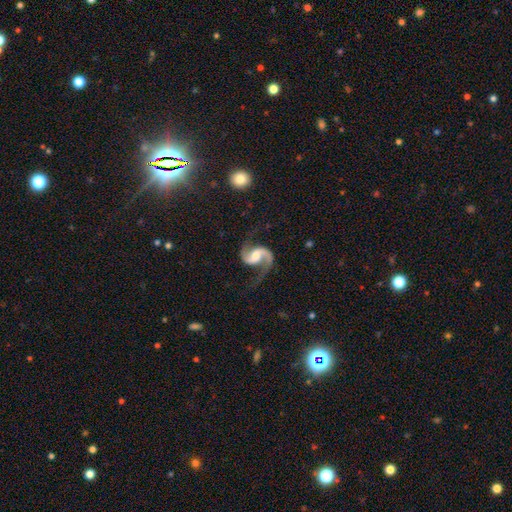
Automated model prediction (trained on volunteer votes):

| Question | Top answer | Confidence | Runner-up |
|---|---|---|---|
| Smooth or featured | featured or disk | 92% | star or artifact (4%) |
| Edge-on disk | no | 98% | yes (2%) |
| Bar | weak | 44% | no (33%) |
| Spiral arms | yes | 98% | no (2%) |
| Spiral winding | loose | 47% | medium (46%) |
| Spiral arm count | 2 | 91% | 1 (5%) |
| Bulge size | moderate | 52% | small (23%) |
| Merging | none | 70% | minor disturbance (15%) |